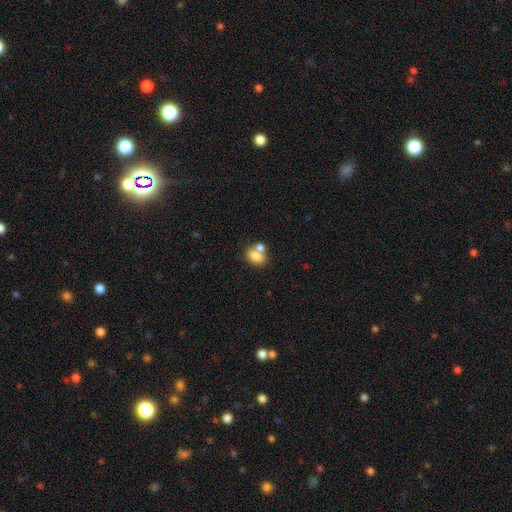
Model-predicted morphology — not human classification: Overall: smooth (79%). How rounded: in between (78%). Merging: merger (48%; none 38%).